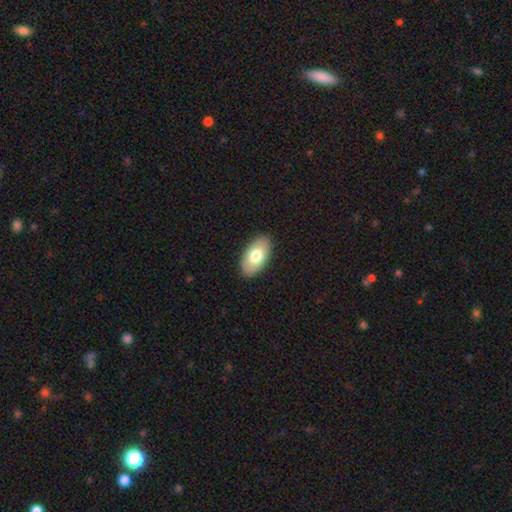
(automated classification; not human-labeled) smooth-or-featured: smooth: 74% | featured or disk: 20% | star or artifact: 6%
  how-rounded: in between: 95% | round: 3% | cigar-shaped: 2%
  merging: none: 88% | minor disturbance: 9% | major disturbance: 2% | merger: 1%